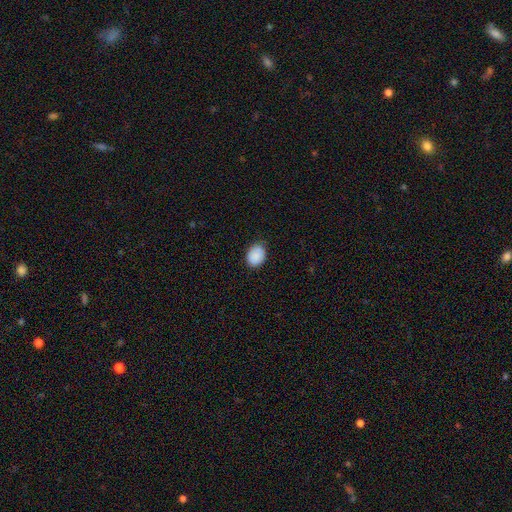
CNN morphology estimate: Q: Smooth or featured?
A: smooth (89%); runner-up: star or artifact (7%)
Q: How rounded?
A: in between (67%); runner-up: round (32%)
Q: Merging?
A: none (78%); runner-up: minor disturbance (18%)